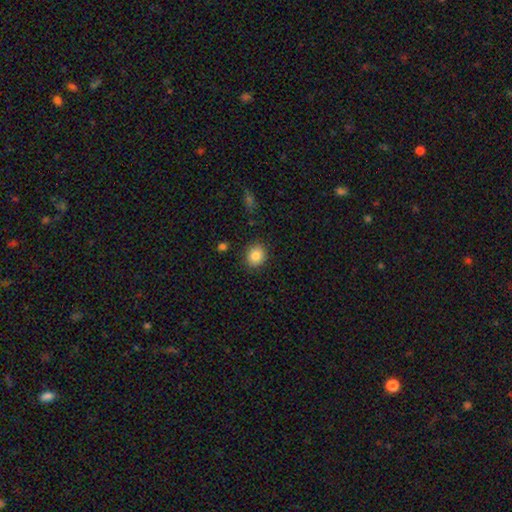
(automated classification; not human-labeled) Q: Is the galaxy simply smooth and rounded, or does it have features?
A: smooth — 85%.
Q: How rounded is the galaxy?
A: round — 76%.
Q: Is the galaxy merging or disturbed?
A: none — 88%.